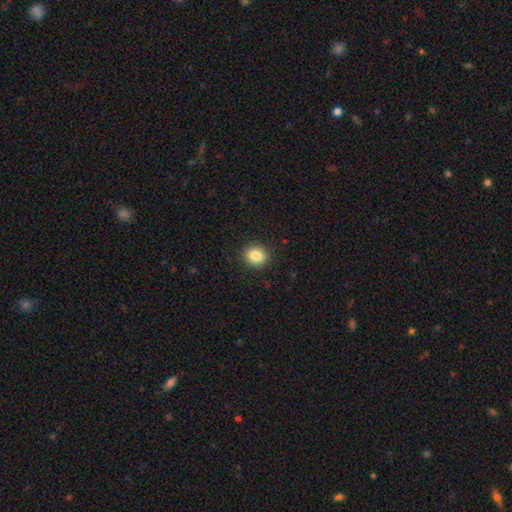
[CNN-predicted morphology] This is clearly a smooth galaxy (86%). How rounded: clearly round (83%). Merging: clearly none (91%).